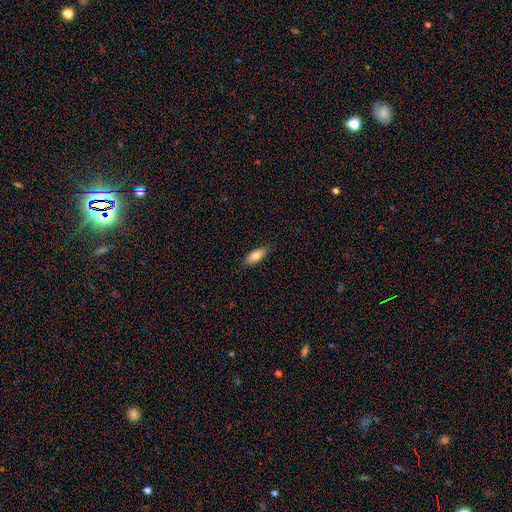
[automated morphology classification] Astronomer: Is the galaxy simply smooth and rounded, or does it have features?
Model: smooth — 82%.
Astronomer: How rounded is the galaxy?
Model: in between — 69%.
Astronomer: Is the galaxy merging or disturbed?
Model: none — 86%.